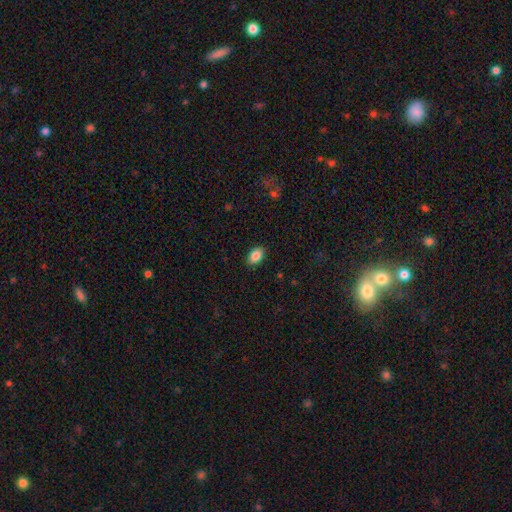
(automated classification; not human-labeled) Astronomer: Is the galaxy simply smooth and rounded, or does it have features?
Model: smooth — 86%.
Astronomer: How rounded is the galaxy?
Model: in between — 86%.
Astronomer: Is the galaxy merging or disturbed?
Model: none — 88%.